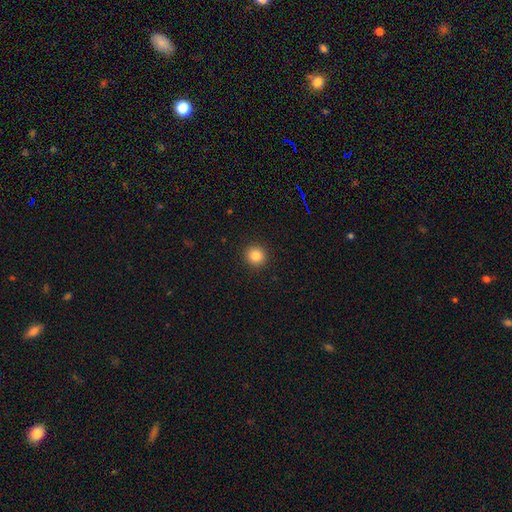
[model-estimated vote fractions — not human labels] A smooth galaxy with no disk features (84%) that is round (93%). Merging: none (93%).